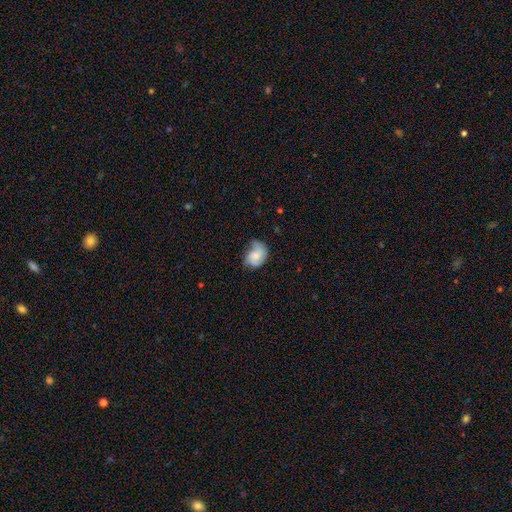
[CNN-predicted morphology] Smooth or featured? Predicted: smooth (p=0.48). Merging? Predicted: none (p=0.46).